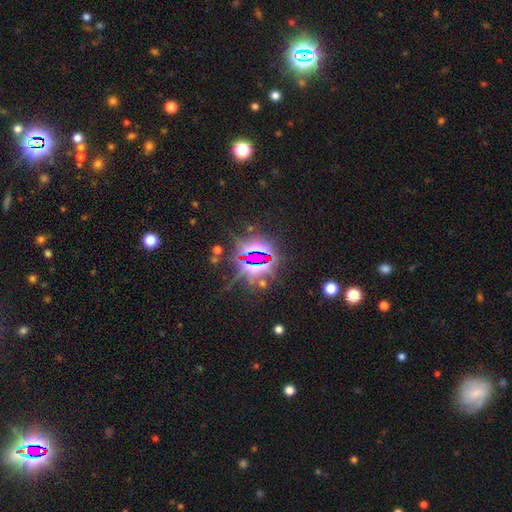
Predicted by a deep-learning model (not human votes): Smooth or featured? star or artifact (82%)